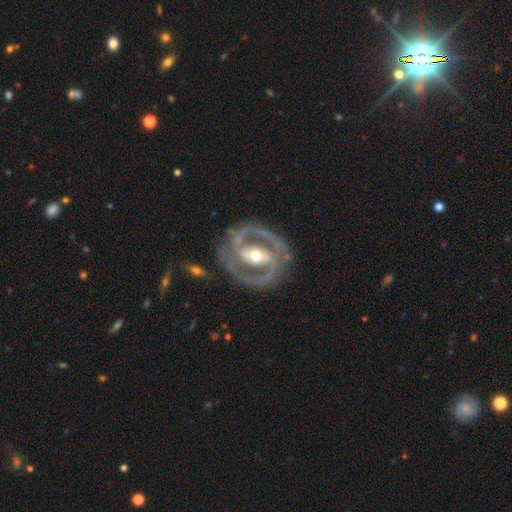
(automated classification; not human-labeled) Overall: featured or disk (88%). Edge-on disk: no (96%). Bar: strong (42%; weak 33%). Spiral arms: yes (88%). Spiral arm count: 2 (88%). Spiral winding: medium (45%; tight 44%). Bulge size: moderate (72%). Merging: none (79%).